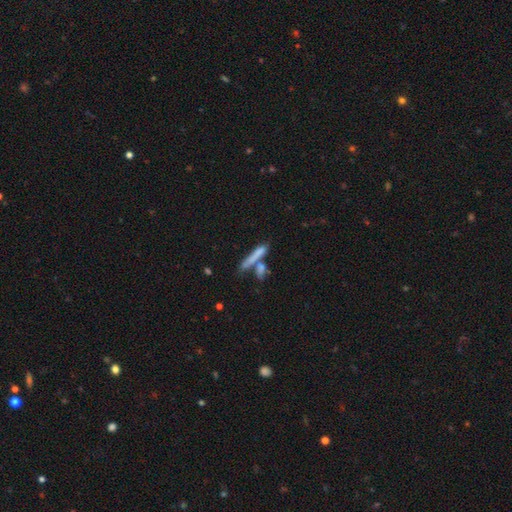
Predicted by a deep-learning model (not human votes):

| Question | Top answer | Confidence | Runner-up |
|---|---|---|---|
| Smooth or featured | smooth | 67% | featured or disk (24%) |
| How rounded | cigar-shaped | 85% | in between (11%) |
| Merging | none | 51% | merger (32%) |